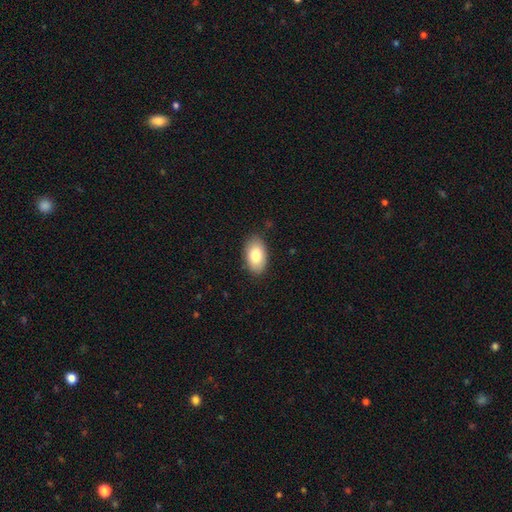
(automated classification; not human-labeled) Q: Smooth or featured?
A: smooth (80%); runner-up: featured or disk (13%)
Q: How rounded?
A: in between (93%); runner-up: round (6%)
Q: Merging?
A: none (86%); runner-up: minor disturbance (11%)